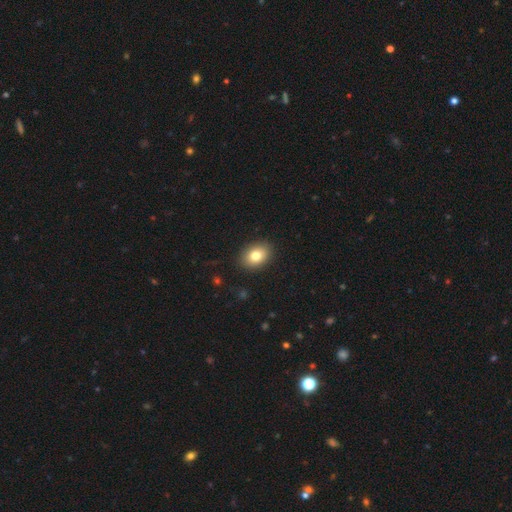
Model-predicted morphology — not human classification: Smooth or featured? Predicted: smooth (p=0.80). How rounded? Predicted: in between (p=0.68). Merging? Predicted: none (p=0.90).